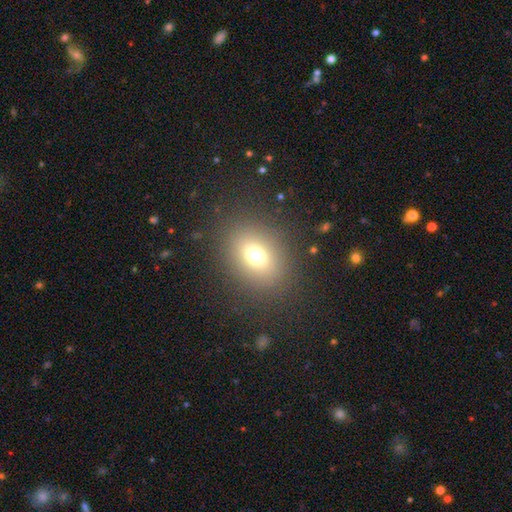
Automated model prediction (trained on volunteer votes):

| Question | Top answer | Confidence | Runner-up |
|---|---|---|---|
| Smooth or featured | smooth | 71% | star or artifact (18%) |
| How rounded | in between | 50% | round (49%) |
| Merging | none | 85% | minor disturbance (8%) |